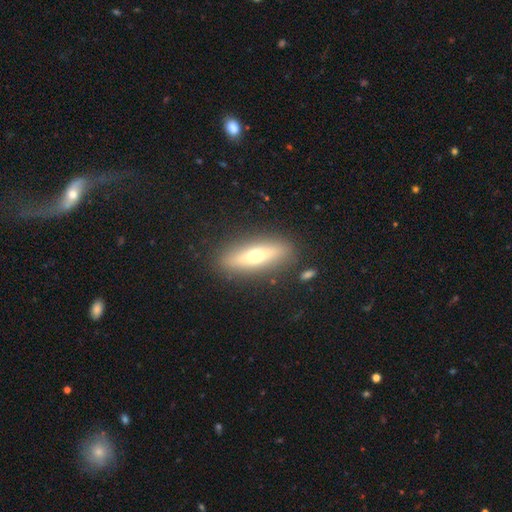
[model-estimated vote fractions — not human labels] The model was most divided on "smooth or featured": featured or disk: 47%, smooth: 46%, star or artifact: 7%. More confident: merging — none (86%).